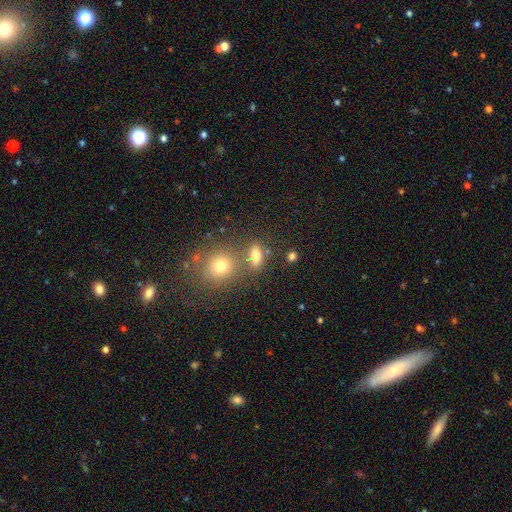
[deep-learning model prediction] smooth 71%, star or artifact 16%, featured or disk 13%. Down the decision tree: how rounded — in between (67%); merging — none (64%).